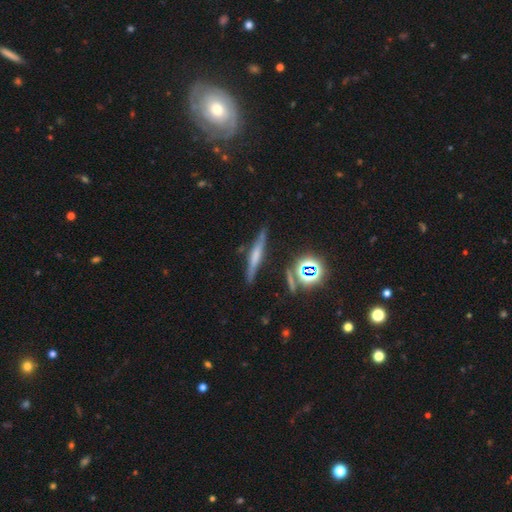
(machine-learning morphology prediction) Overall: featured or disk (43%; smooth 39%). Merging: none (84%).